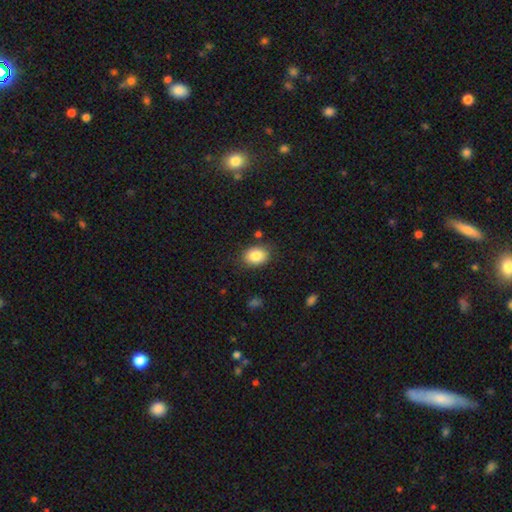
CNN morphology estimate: Smooth or featured: smooth — 85% (star or artifact — 8%)
How rounded: in between — 65% (round — 34%)
Merging: none — 84% (minor disturbance — 11%)